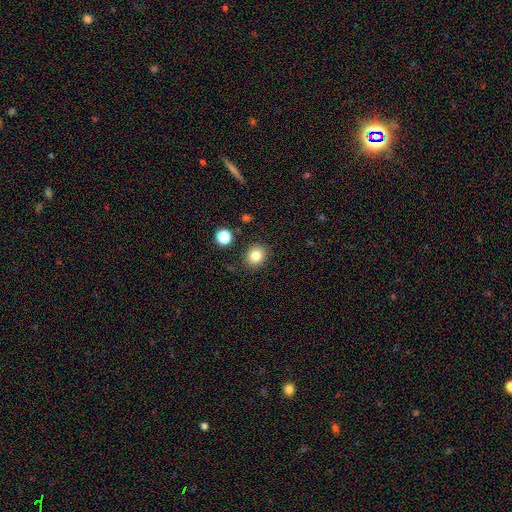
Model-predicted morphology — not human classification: type=smooth (82%); roundness=round (76%); merging=none (87%).